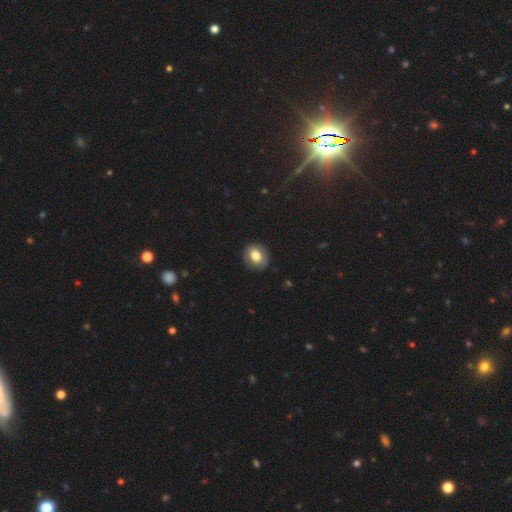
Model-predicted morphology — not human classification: type=smooth (76%); roundness=round (59%); merging=none (85%).